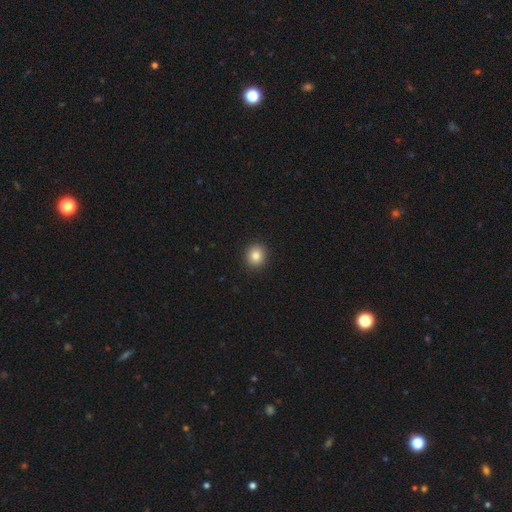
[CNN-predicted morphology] type=smooth (83%); roundness=round (86%); merging=none (92%).